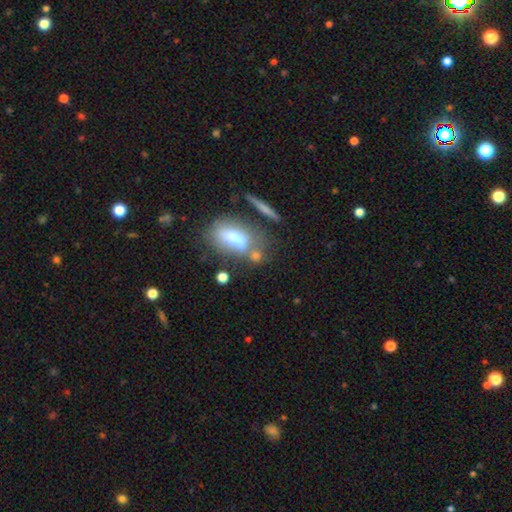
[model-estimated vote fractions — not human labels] smooth_or_featured: smooth (p=0.67) [alt: featured or disk p=0.21]
how_rounded: in between (p=0.64) [alt: cigar-shaped p=0.21]
merging: none (p=0.48) [alt: minor disturbance p=0.20]